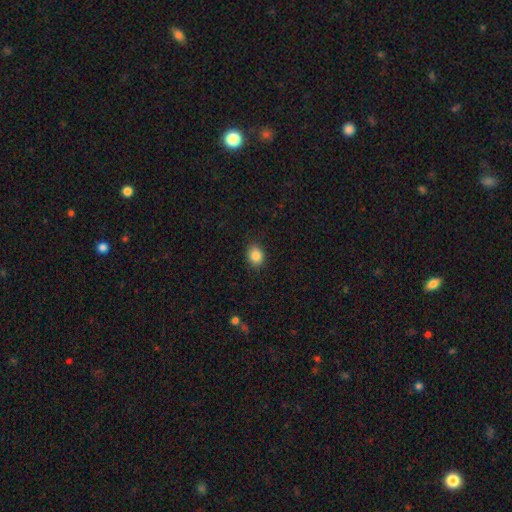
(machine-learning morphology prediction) A smooth galaxy with no disk features (87%) that is round (57%). Merging: none (87%).